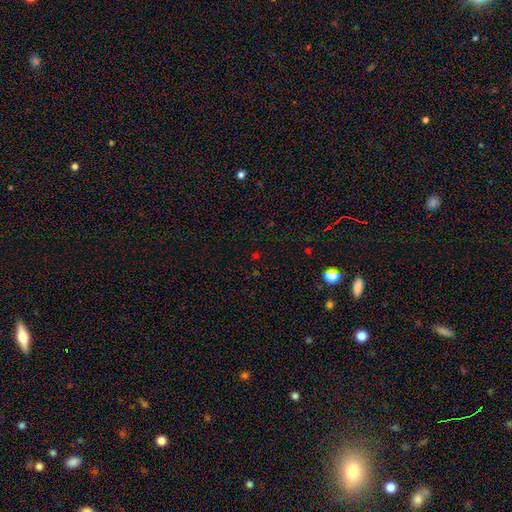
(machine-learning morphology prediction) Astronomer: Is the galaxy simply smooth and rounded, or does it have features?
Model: star or artifact — 57% (runner-up: smooth, 36%).